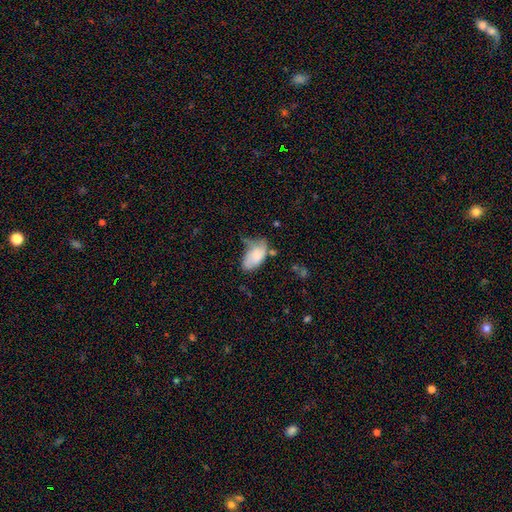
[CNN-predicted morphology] Q: Smooth or featured?
A: smooth (71%); runner-up: featured or disk (21%)
Q: How rounded?
A: in between (94%); runner-up: round (4%)
Q: Merging?
A: minor disturbance (38%); runner-up: none (36%)